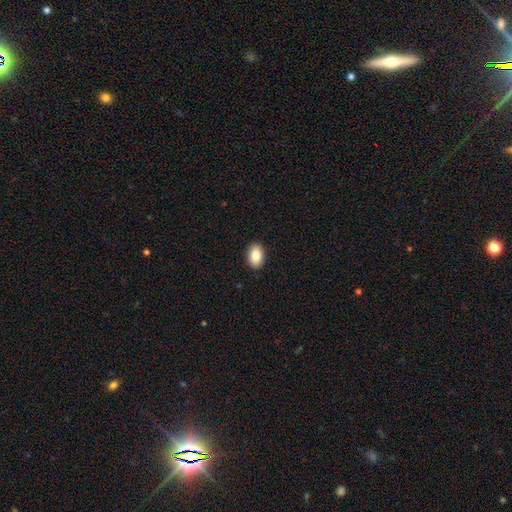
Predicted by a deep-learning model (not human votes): This appears to be a smooth galaxy with no disk features (86%) that is in between round and cigar-shaped (88%). Merging: none (91%).